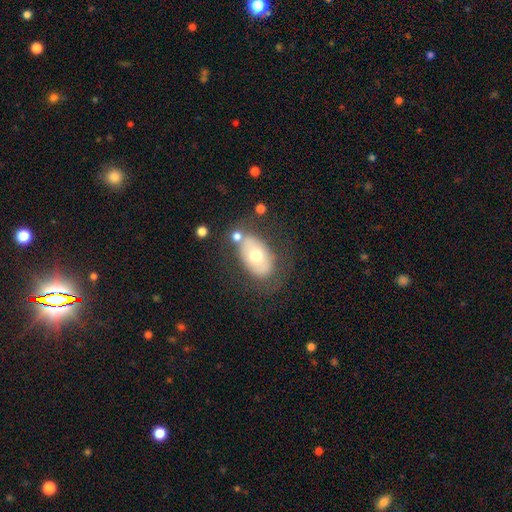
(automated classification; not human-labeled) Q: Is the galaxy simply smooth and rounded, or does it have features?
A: smooth — 56%.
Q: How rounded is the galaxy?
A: in between — 88%.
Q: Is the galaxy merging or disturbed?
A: none — 63%.